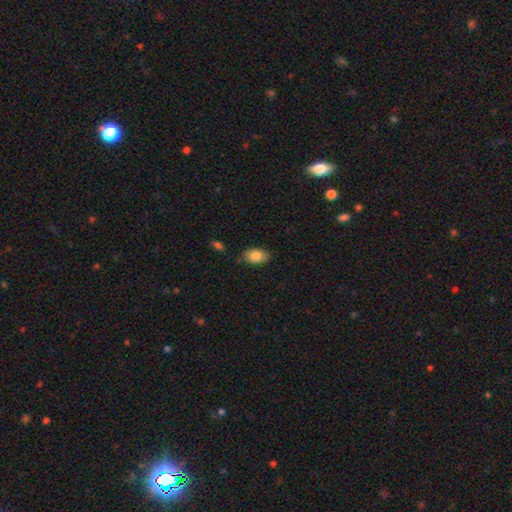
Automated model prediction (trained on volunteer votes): This appears to be a smooth galaxy with no disk features (83%) that is in between round and cigar-shaped (89%). Merging: none (81%).